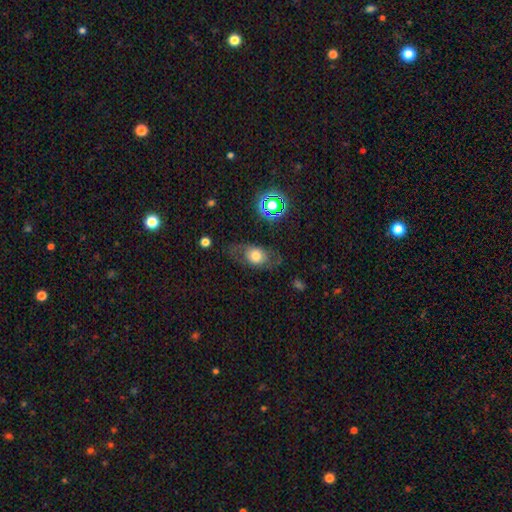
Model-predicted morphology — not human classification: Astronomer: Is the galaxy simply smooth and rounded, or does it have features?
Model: smooth — 56% (runner-up: featured or disk, 33%).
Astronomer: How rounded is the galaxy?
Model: in between — 62%.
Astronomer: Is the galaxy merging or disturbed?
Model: none — 61%.